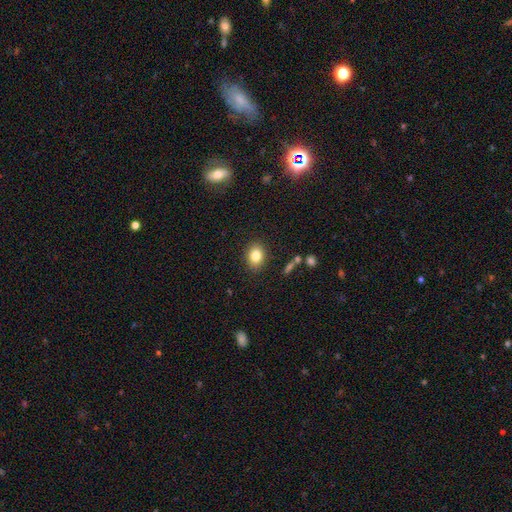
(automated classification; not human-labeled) This is clearly a smooth galaxy (82%). How rounded: possibly in between (57%). Merging: clearly none (87%).